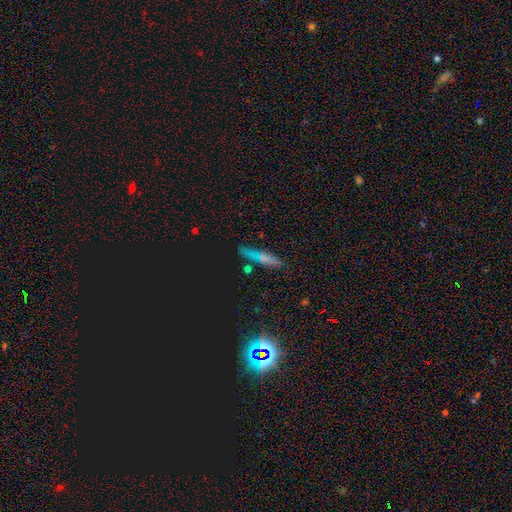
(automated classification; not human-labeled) A smooth galaxy with no disk features (44%). Merging: none (81%).